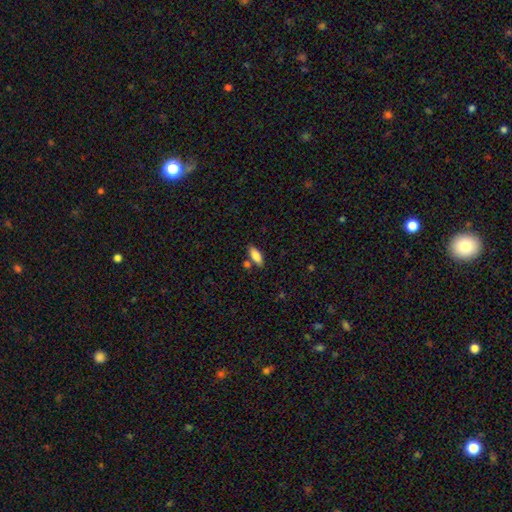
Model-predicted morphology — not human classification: A smooth galaxy with no disk features (81%) that is in between round and cigar-shaped (72%). Merging: none (76%).